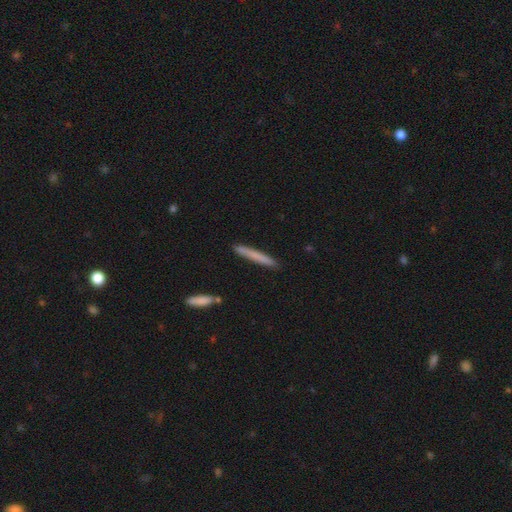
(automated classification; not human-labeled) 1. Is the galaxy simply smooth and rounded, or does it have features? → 69% smooth, 25% featured or disk, 6% star or artifact.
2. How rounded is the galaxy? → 97% cigar-shaped, 2% in between, 1% round.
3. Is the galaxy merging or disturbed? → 89% none, 8% minor disturbance, 2% merger, 1% major disturbance.